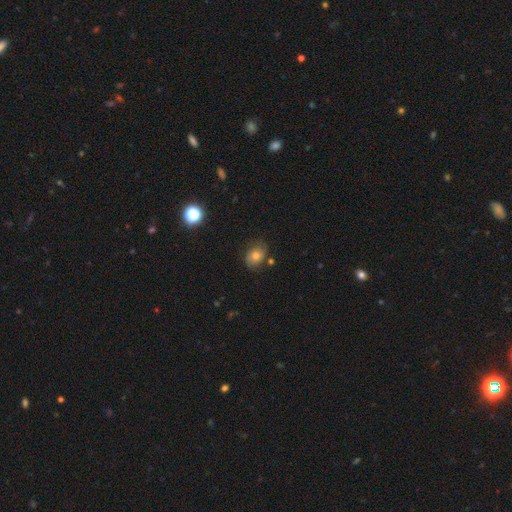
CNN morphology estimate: This is possibly a smooth galaxy (60%). How rounded: possibly in between (50%). Merging: likely none (72%).